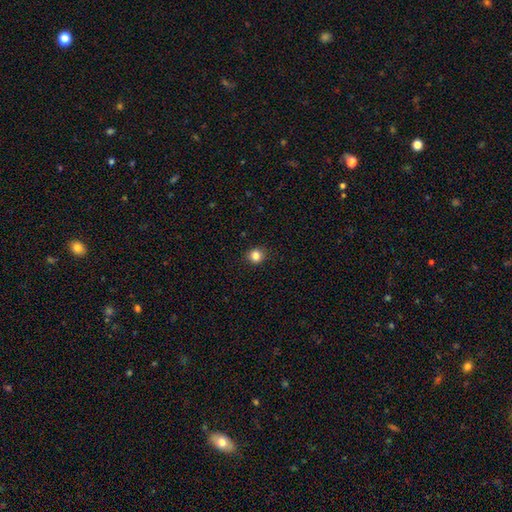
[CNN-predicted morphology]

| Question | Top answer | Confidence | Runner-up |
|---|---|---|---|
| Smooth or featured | smooth | 84% | star or artifact (12%) |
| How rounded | round | 88% | in between (11%) |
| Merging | none | 91% | minor disturbance (6%) |